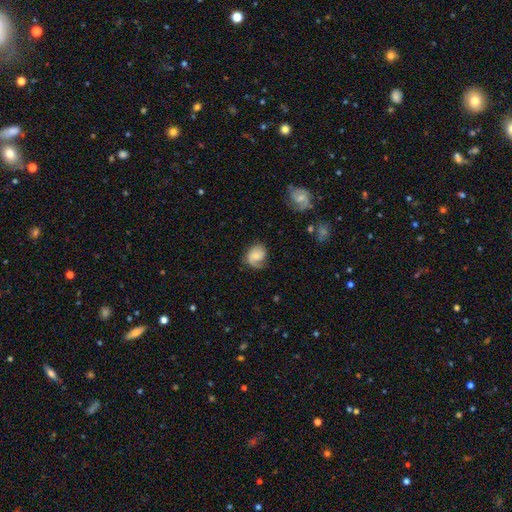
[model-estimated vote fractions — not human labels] smooth_or_featured: featured or disk (p=0.52) [alt: smooth p=0.40]
disk_edge_on: no (p=0.97) [alt: yes p=0.03]
bar: no (p=0.58) [alt: weak p=0.35]
has_spiral_arms: yes (p=0.89) [alt: no p=0.11]
bulge_size: small (p=0.45) [alt: moderate p=0.35]
merging: none (p=0.58) [alt: minor disturbance p=0.26]